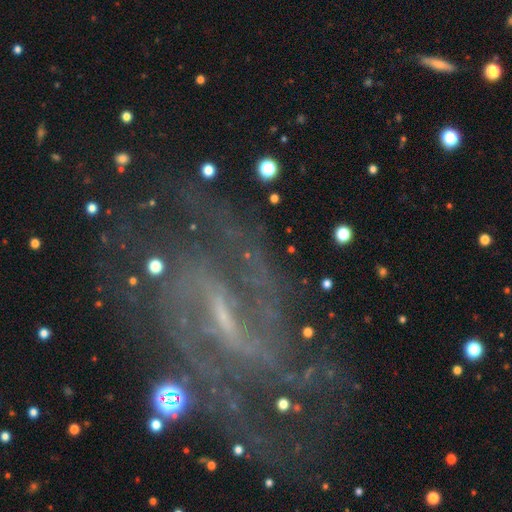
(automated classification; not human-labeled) featured or disk 89%, star or artifact 7%, smooth 4%. Down the decision tree: edge-on disk — no (96%); bar — strong (49%); spiral arms — yes (96%); spiral arm count — 2 (55%); spiral winding — medium (49%); bulge size — small (57%); merging — none (64%).